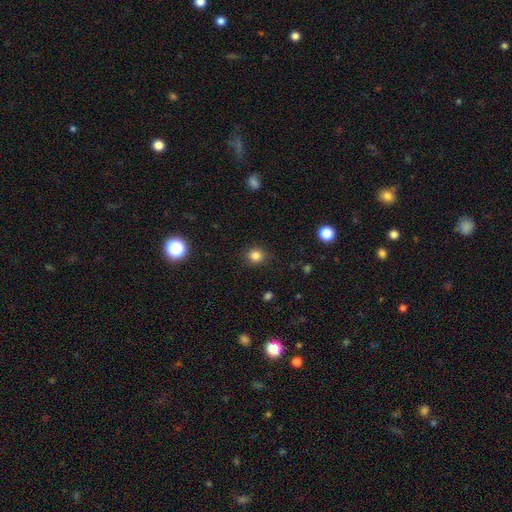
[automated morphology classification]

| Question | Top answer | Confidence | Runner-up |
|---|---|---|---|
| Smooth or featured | smooth | 83% | star or artifact (12%) |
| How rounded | round | 84% | in between (15%) |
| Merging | none | 88% | minor disturbance (8%) |